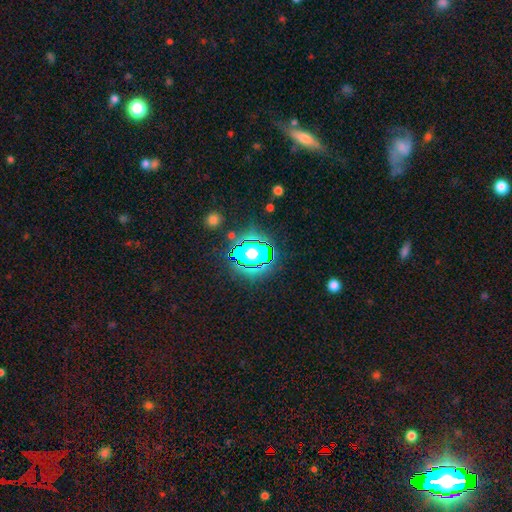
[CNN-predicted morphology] star or artifact 69%, smooth 19%, featured or disk 11%.